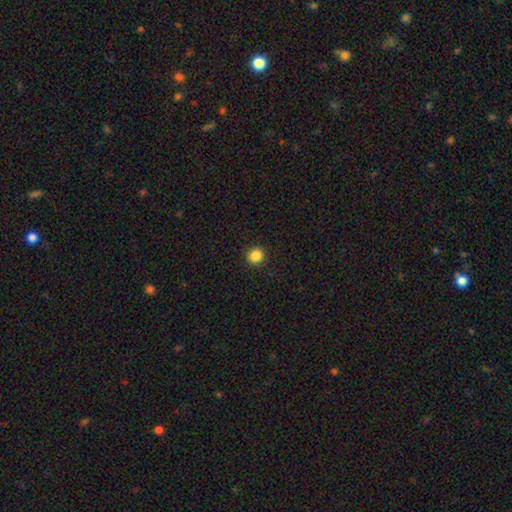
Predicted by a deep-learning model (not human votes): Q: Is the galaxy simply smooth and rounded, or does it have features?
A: smooth — 86%.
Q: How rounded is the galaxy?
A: round — 94%.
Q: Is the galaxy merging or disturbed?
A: none — 93%.